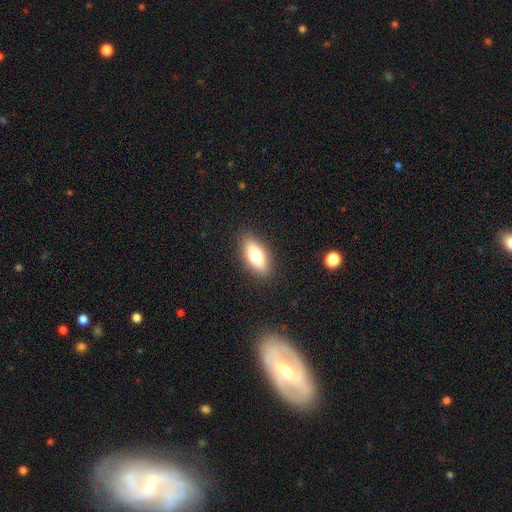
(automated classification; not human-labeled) Smooth or featured: smooth — 74% (featured or disk — 18%)
How rounded: in between — 80% (cigar-shaped — 16%)
Merging: none — 88% (minor disturbance — 9%)